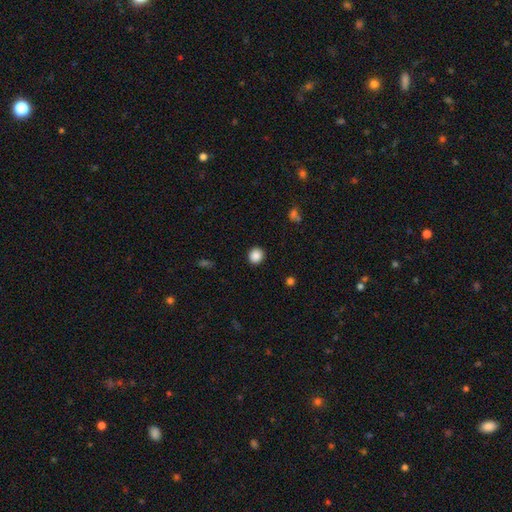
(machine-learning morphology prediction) Smooth or featured? smooth (88%)
How rounded? round (89%)
Merging? none (92%)